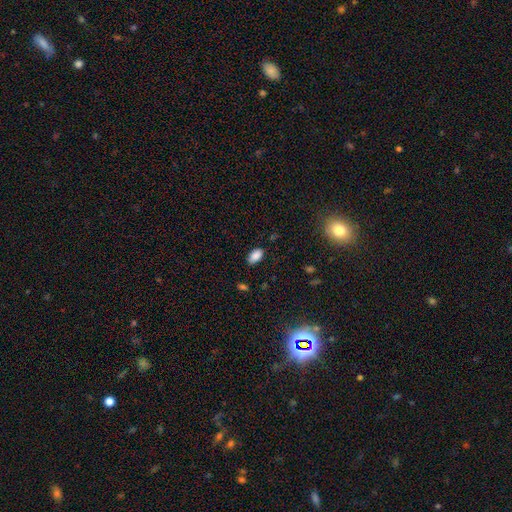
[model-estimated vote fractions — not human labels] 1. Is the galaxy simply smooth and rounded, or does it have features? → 86% smooth, 9% star or artifact, 4% featured or disk.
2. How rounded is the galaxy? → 93% in between, 4% round, 3% cigar-shaped.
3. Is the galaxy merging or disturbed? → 82% none, 14% minor disturbance, 3% major disturbance, 1% merger.